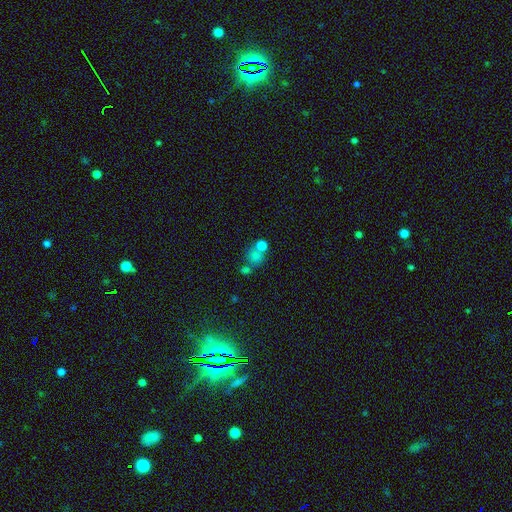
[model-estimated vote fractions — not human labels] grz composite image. It shows a smooth galaxy with no disk features (73%) that is round (76%). Merging: none (44%).